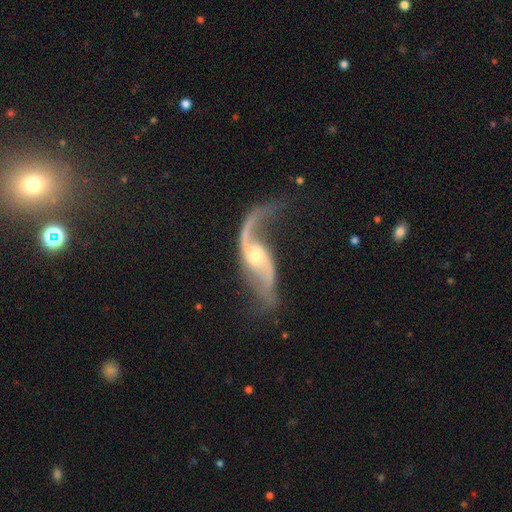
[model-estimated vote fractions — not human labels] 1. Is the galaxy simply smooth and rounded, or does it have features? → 91% featured or disk, 5% star or artifact, 4% smooth.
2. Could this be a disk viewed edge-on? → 95% no, 5% yes.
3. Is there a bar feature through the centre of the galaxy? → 51% no, 37% weak, 13% strong.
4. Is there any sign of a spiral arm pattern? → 97% yes, 3% no.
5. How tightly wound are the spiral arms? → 84% loose, 13% medium, 3% tight.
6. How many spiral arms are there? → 89% 2, 6% 1, 2% can't tell, 1% 3, 1% 4, 1% more than 4.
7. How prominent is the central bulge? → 48% small, 44% moderate, 3% large, 3% none, 1% dominant.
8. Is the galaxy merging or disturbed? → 58% none, 20% minor disturbance, 19% major disturbance, 4% merger.